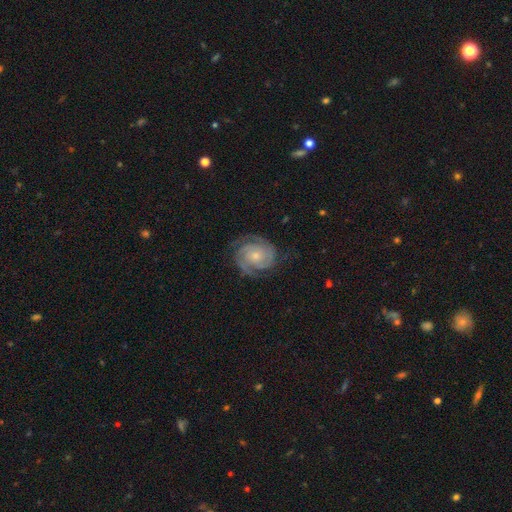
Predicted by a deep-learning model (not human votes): Smooth or featured? Predicted: featured or disk (p=0.88). Edge-on disk? Predicted: no (p=0.98). Bar? Predicted: no (p=0.75). Spiral arms? Predicted: yes (p=0.98). Spiral winding? Predicted: tight (p=0.68). Spiral arm count? Predicted: 2 (p=0.60). Bulge size? Predicted: small (p=0.66). Merging? Predicted: none (p=0.77).